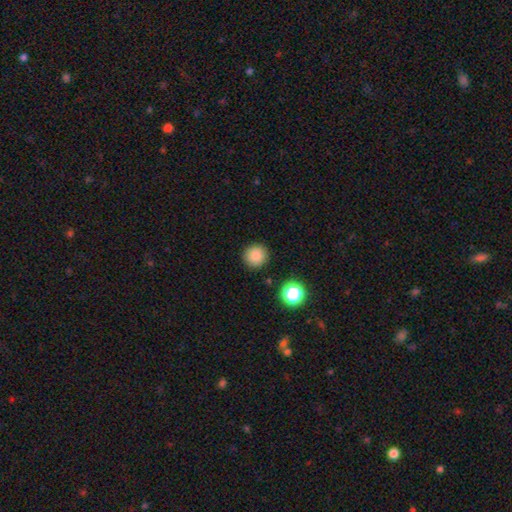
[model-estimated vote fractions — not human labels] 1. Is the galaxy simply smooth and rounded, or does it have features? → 84% smooth, 11% star or artifact, 5% featured or disk.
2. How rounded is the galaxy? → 94% round, 5% in between, 1% cigar-shaped.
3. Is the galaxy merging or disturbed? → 90% none, 6% minor disturbance, 2% major disturbance, 2% merger.